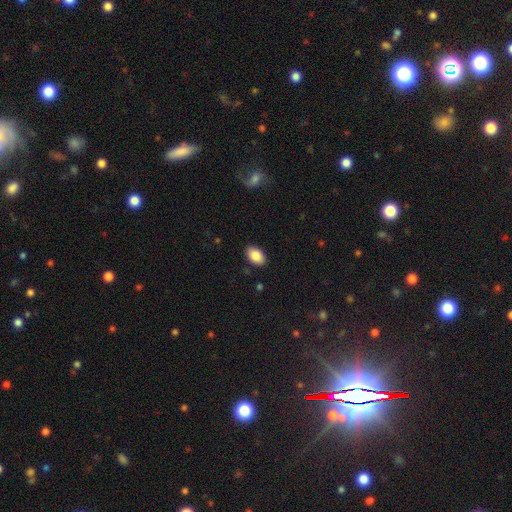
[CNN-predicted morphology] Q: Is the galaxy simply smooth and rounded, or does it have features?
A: smooth — 87%.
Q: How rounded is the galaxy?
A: in between — 90%.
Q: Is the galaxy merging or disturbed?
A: none — 88%.